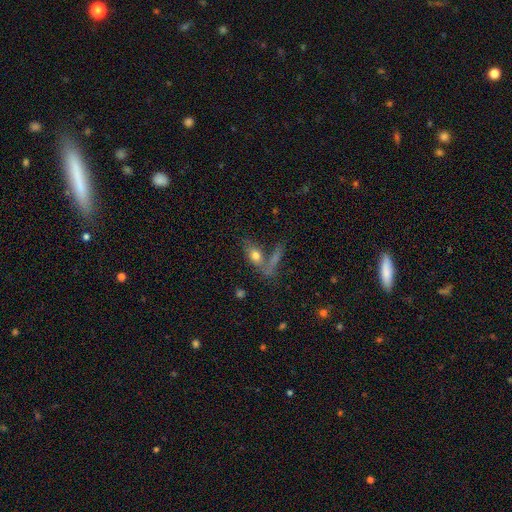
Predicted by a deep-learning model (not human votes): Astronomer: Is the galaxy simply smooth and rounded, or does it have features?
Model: smooth — 67%.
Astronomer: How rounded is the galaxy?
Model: in between — 69%.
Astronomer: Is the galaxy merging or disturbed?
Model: none — 47% (runner-up: merger, 30%).